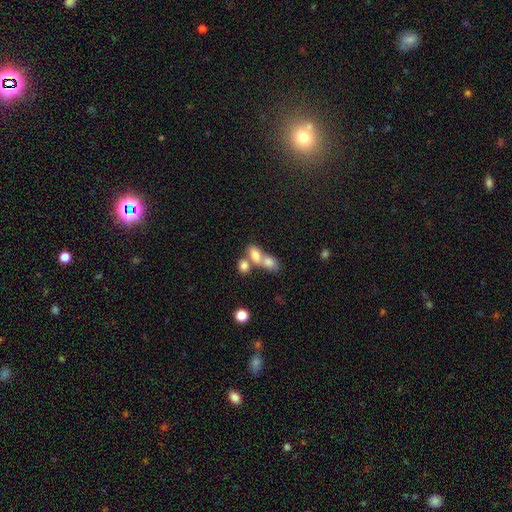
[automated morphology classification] type=smooth (76%); roundness=in between (76%); merging=merger (63%).